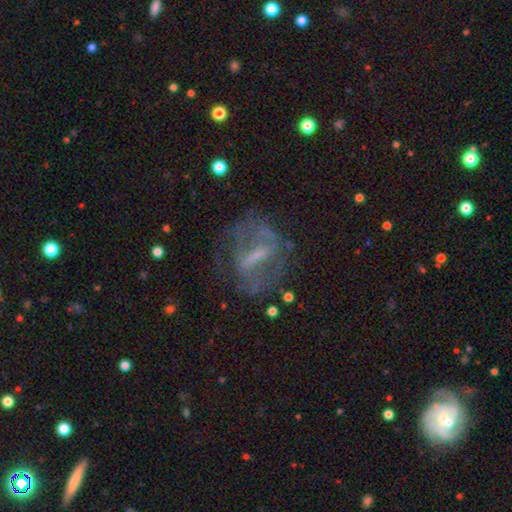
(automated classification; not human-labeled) Morphology: type=featured or disk (69%); edge-on=no (90%); bar=strong (52%); spiral arms=no (50%, tied with yes); bulge=small (36%); merging=none (57%).